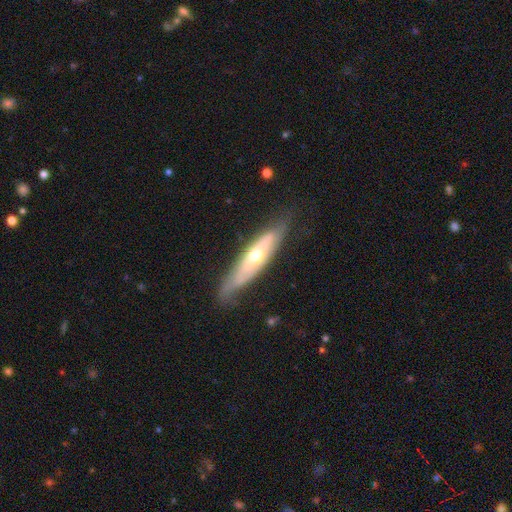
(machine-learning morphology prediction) Q: Smooth or featured?
A: featured or disk (60%); runner-up: smooth (35%)
Q: Edge-on disk?
A: yes (56%); runner-up: no (44%)
Q: Merging?
A: none (66%); runner-up: minor disturbance (25%)